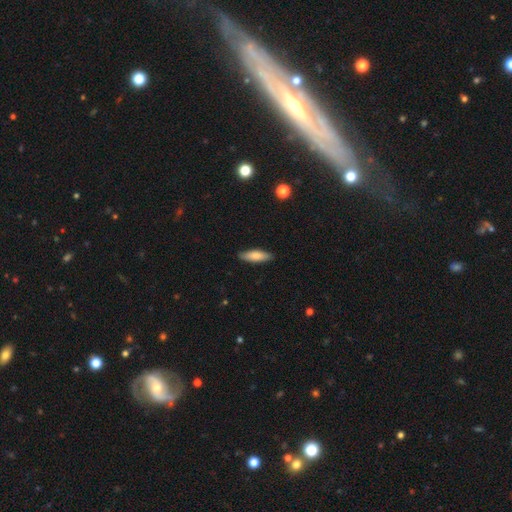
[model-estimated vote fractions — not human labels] Smooth or featured? Predicted: smooth (p=0.78). How rounded? Predicted: cigar-shaped (p=0.53). Merging? Predicted: none (p=0.88).